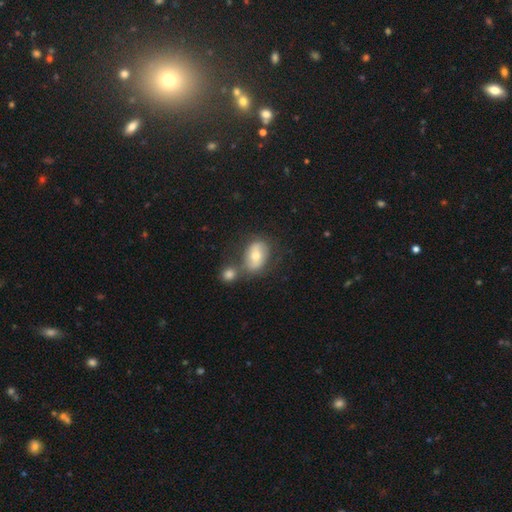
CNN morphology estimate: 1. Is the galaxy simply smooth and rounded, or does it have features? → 56% smooth, 35% featured or disk, 9% star or artifact.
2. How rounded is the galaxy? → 76% in between, 22% round, 2% cigar-shaped.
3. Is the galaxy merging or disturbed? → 47% none, 32% merger, 15% minor disturbance, 6% major disturbance.